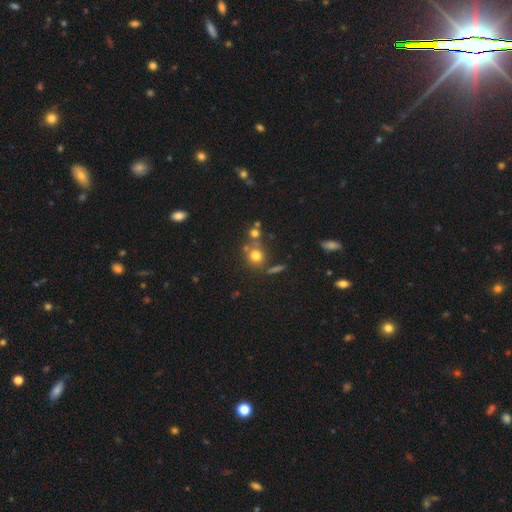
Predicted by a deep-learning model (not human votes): Smooth or featured: smooth — 71% (star or artifact — 16%)
How rounded: round — 82% (in between — 16%)
Merging: none — 60% (merger — 23%)